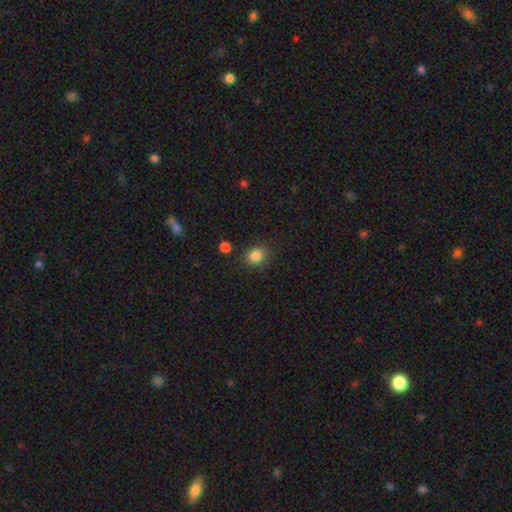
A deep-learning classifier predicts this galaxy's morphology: type=smooth (84%); roundness=round (71%); merging=none (83%).